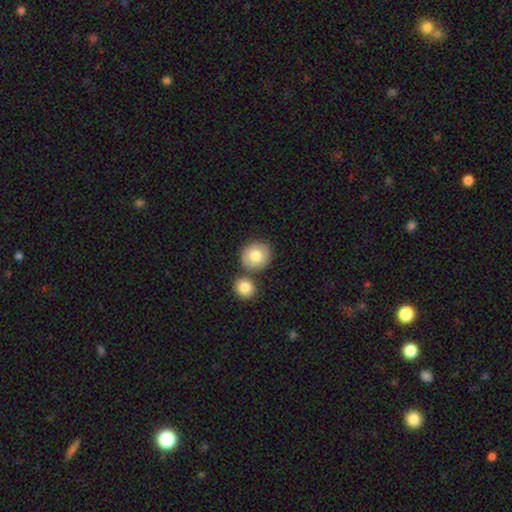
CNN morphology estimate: Overall: smooth (77%). How rounded: round (87%). Merging: none (71%).